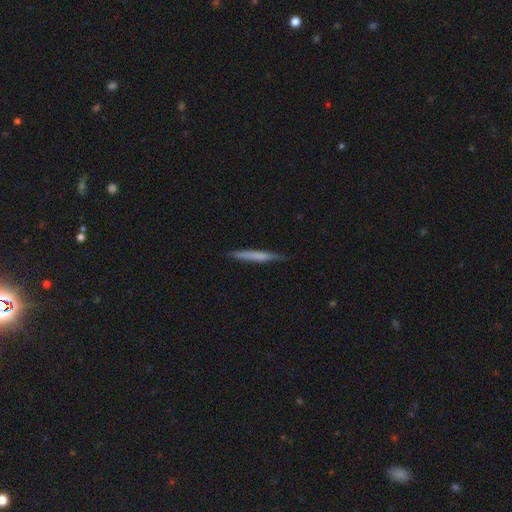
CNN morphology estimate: A smooth galaxy with no disk features (61%) that is cigar-shaped (96%). Merging: none (87%).